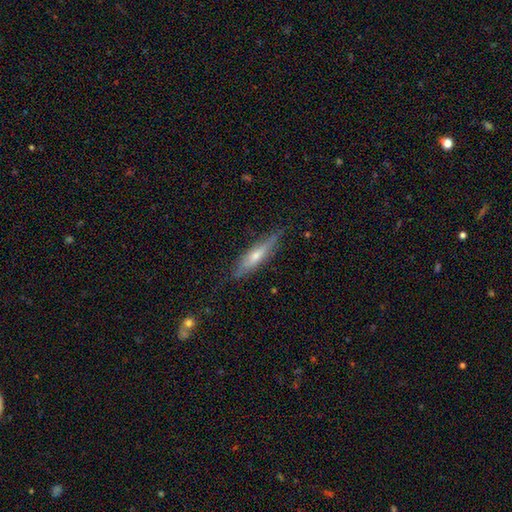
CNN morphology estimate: This is possibly a featured or disk galaxy (55%). It is clearly viewed edge-on (87%). Merging: likely none (77%).